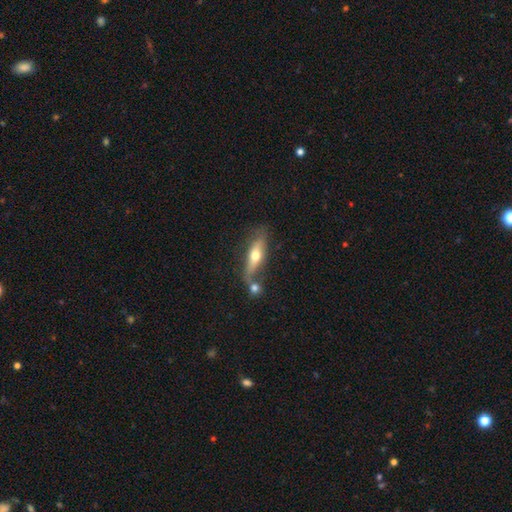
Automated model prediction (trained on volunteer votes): Q: Smooth or featured?
A: smooth (50%); runner-up: featured or disk (44%)
Q: Merging?
A: none (50%); runner-up: merger (27%)